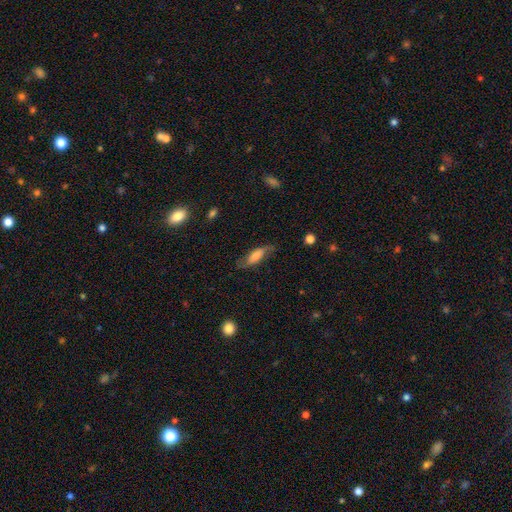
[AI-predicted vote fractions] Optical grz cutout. It shows a smooth galaxy with no disk features (60%) that is in between round and cigar-shaped (66%). Merging: none (65%).